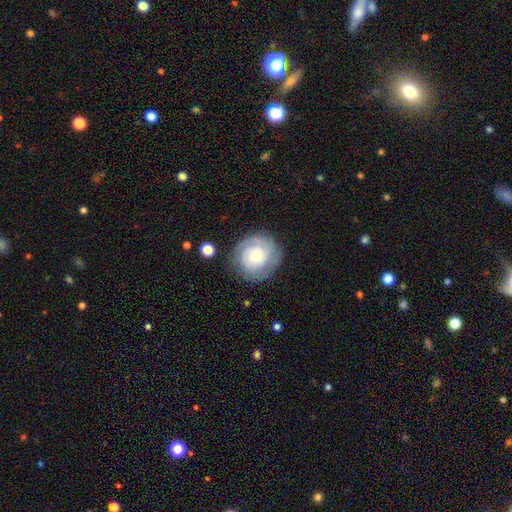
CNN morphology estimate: A featured or disk galaxy (49%).

Vote fractions:
- Smooth or featured? featured or disk: 49% / smooth: 44% / star or artifact: 7%
- Merging? none: 76% / minor disturbance: 15% / major disturbance: 6% / merger: 2%